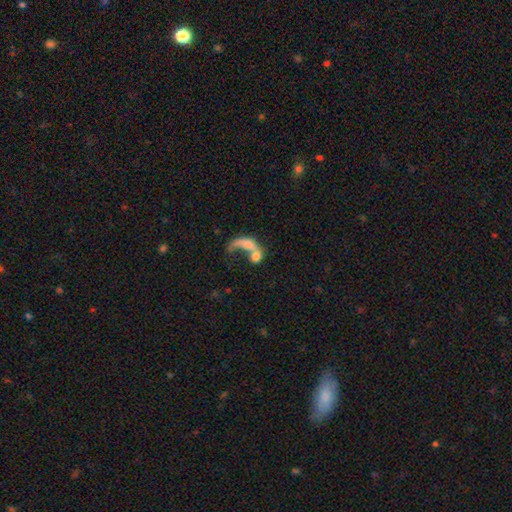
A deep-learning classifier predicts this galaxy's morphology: type=smooth (53%); roundness=in between (56%); merging=merger (59%).